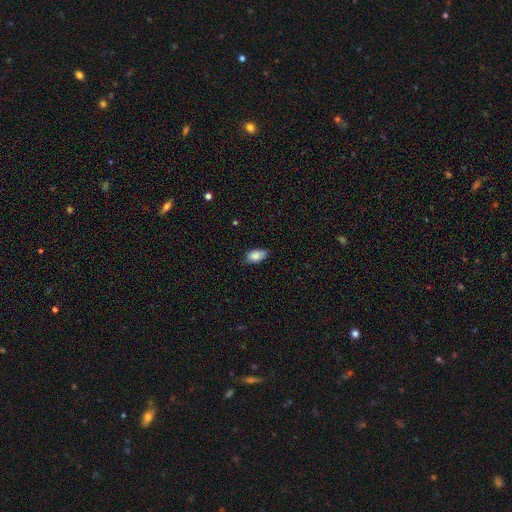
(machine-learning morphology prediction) Smooth or featured? Predicted: smooth (p=0.86). How rounded? Predicted: in between (p=0.92). Merging? Predicted: none (p=0.67).